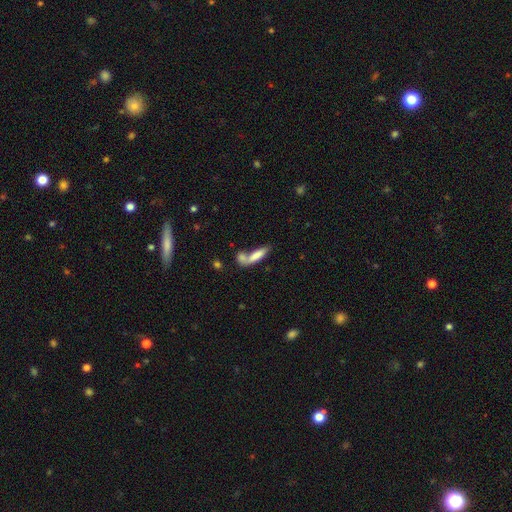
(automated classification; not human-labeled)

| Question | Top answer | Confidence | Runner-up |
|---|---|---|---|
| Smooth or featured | smooth | 75% | featured or disk (18%) |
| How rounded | cigar-shaped | 63% | in between (34%) |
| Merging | merger | 44% | none (37%) |